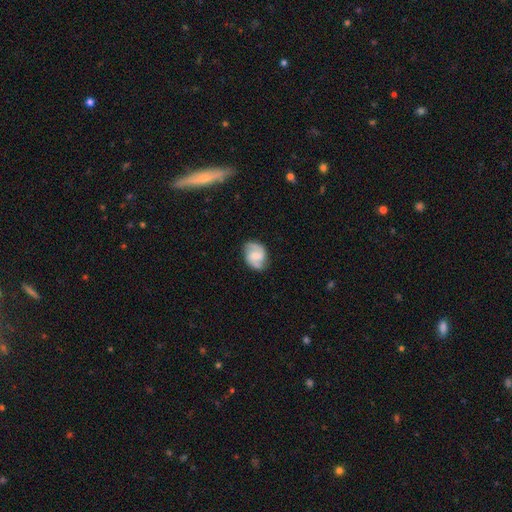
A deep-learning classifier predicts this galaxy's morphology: Smooth or featured?
  - featured or disk: 69% *
  - smooth: 24%
  - star or artifact: 7%
Edge-on disk?
  - no: 97% *
  - yes: 3%
Bar?
  - weak: 51% *
  - no: 34%
  - strong: 15%
Spiral arms?
  - yes: 94% *
  - no: 6%
Spiral winding?
  - medium: 48% *
  - loose: 32%
  - tight: 21%
Spiral arm count?
  - 2: 89% *
  - can't tell: 5%
  - 1: 2%
  - 3: 2%
  - 4: 1%
  - more than 4: 1%
Bulge size?
  - small: 37% *
  - moderate: 35%
  - none: 21%
  - large: 6%
  - dominant: 1%
Merging?
  - none: 80% *
  - minor disturbance: 15%
  - major disturbance: 4%
  - merger: 1%